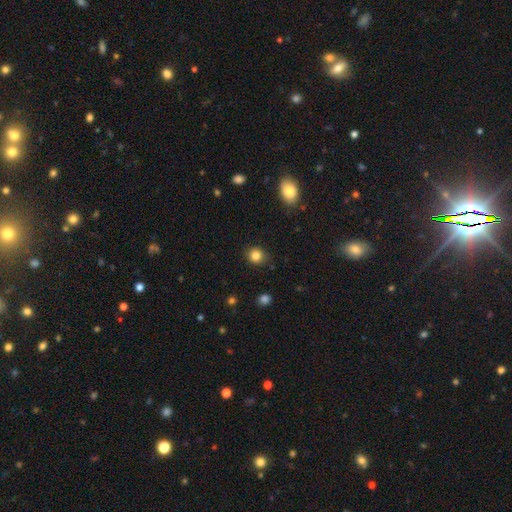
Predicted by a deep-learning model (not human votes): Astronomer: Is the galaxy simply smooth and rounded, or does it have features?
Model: smooth — 84%.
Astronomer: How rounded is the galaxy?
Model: round — 83%.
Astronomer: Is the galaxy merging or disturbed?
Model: none — 86%.